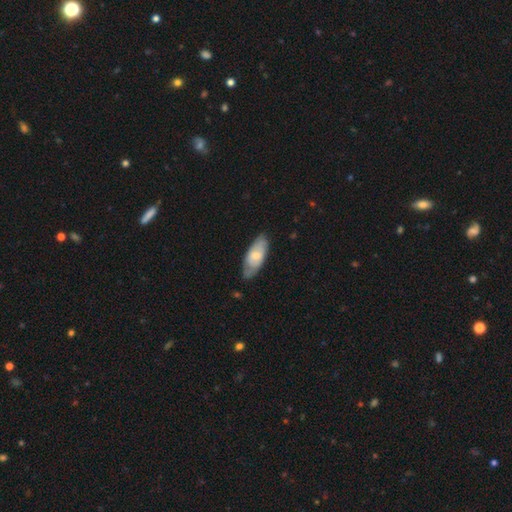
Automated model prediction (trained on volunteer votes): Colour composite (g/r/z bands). It shows a smooth galaxy with no disk features (56%) that is in between round and cigar-shaped (84%). Merging: none (70%).